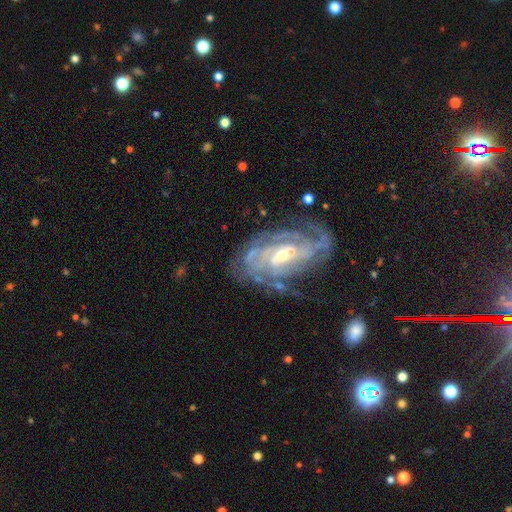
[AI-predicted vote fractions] smooth_or_featured: featured or disk (p=0.88) [alt: smooth p=0.06]
disk_edge_on: no (p=0.96) [alt: yes p=0.04]
bar: no (p=0.44) [alt: weak p=0.38]
has_spiral_arms: yes (p=0.93) [alt: no p=0.07]
spiral_winding: tight (p=0.63) [alt: medium p=0.29]
spiral_arm_count: can't tell (p=0.33) [alt: 3 p=0.21]
bulge_size: small (p=0.56) [alt: moderate p=0.40]
merging: none (p=0.58) [alt: minor disturbance p=0.20]